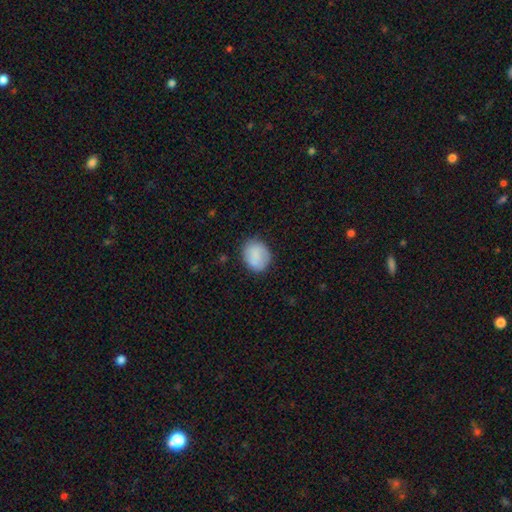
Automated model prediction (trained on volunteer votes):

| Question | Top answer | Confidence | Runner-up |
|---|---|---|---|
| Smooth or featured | smooth | 77% | featured or disk (16%) |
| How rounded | round | 65% | in between (34%) |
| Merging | none | 78% | minor disturbance (16%) |